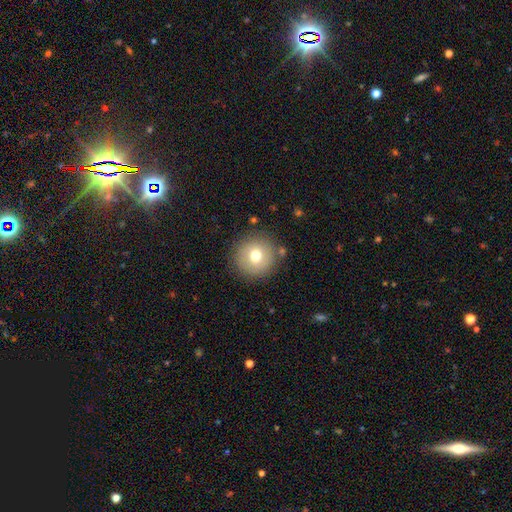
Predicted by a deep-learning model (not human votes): smooth_or_featured: smooth (p=0.72) [alt: featured or disk p=0.17]
how_rounded: round (p=0.95) [alt: in between p=0.04]
merging: none (p=0.85) [alt: minor disturbance p=0.09]